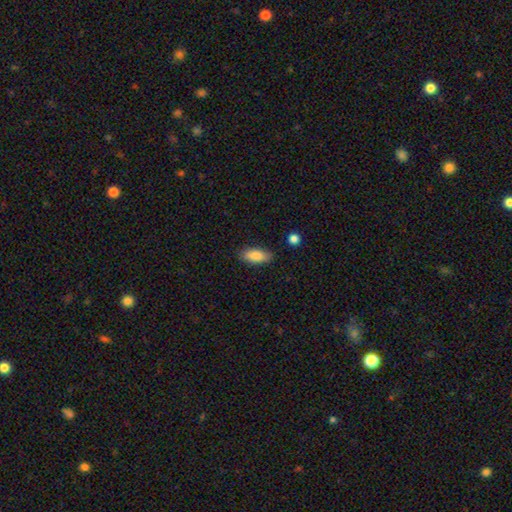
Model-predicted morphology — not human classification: Overall: smooth (85%). How rounded: in between (86%). Merging: none (84%).